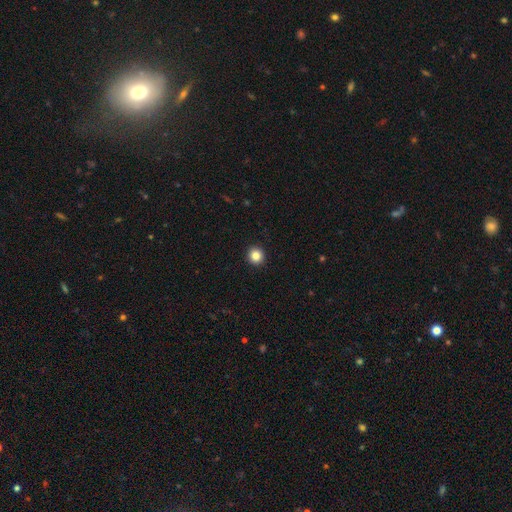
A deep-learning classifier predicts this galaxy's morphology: type=smooth (85%); roundness=round (93%); merging=none (94%).